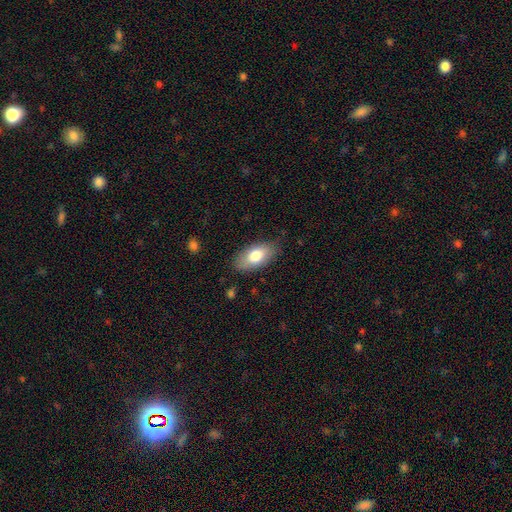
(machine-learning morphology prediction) Overall: smooth (77%). How rounded: in between (91%). Merging: none (81%).